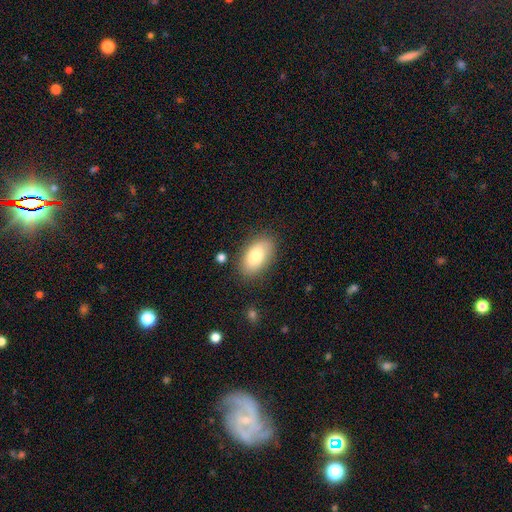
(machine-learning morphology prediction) The model was most divided on "smooth or featured": smooth: 80%, featured or disk: 13%, star or artifact: 7%. More confident: how rounded — in between (93%); merging — none (82%).